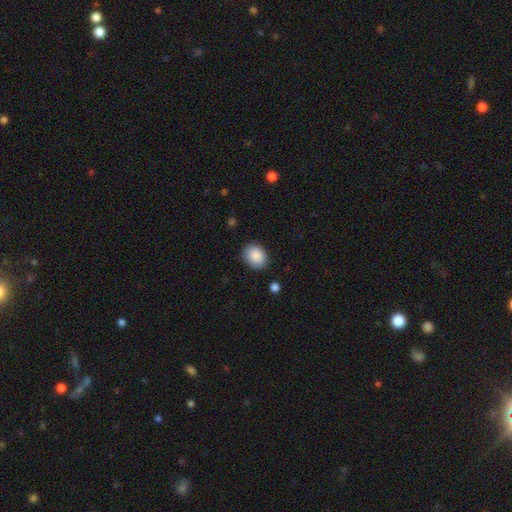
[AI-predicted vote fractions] A smooth galaxy with no disk features (89%) that is in between round and cigar-shaped (55%).

Vote fractions:
- Smooth or featured? smooth: 89% / star or artifact: 7% / featured or disk: 4%
- How rounded? in between: 55% / round: 44% / cigar-shaped: 1%
- Merging? none: 84% / minor disturbance: 12% / major disturbance: 3% / merger: 1%